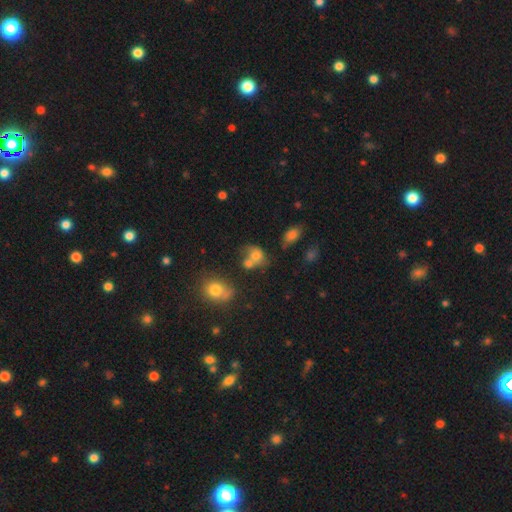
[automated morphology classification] smooth 69%, featured or disk 16%, star or artifact 15%. Down the decision tree: how rounded — round (53%); merging — merger (43%).